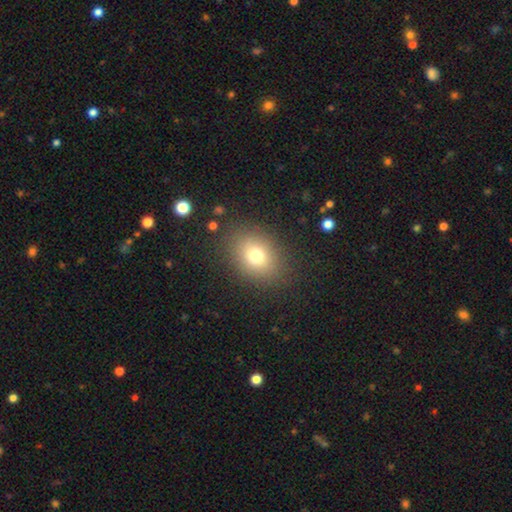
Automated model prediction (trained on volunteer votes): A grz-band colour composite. It shows a smooth galaxy with no disk features (75%) that is in between round and cigar-shaped (56%). Merging: none (85%).